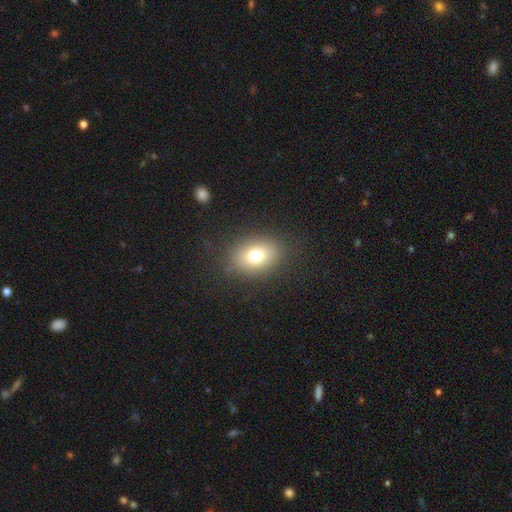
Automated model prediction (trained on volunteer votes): Smooth or featured: smooth — 75% (featured or disk — 13%)
How rounded: in between — 72% (round — 27%)
Merging: none — 84% (minor disturbance — 10%)